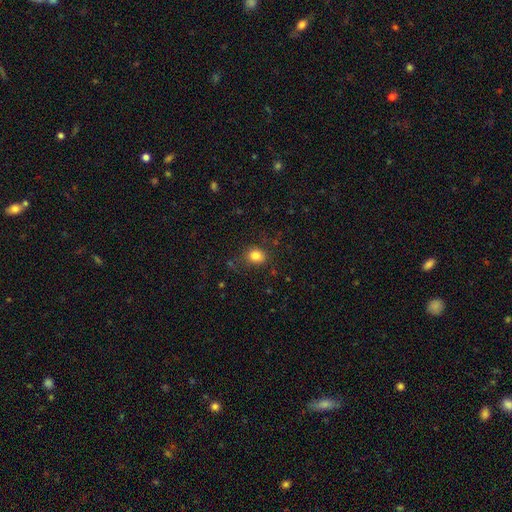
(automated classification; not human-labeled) The model was most divided on "how rounded": round: 63%, in between: 36%, cigar-shaped: 1%. More confident: smooth or featured — smooth (83%); merging — none (80%).